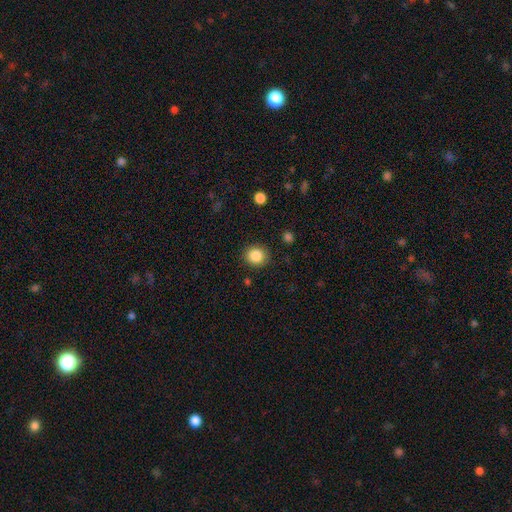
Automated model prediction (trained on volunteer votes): Smooth or featured? smooth (86%)
How rounded? round (84%)
Merging? none (89%)